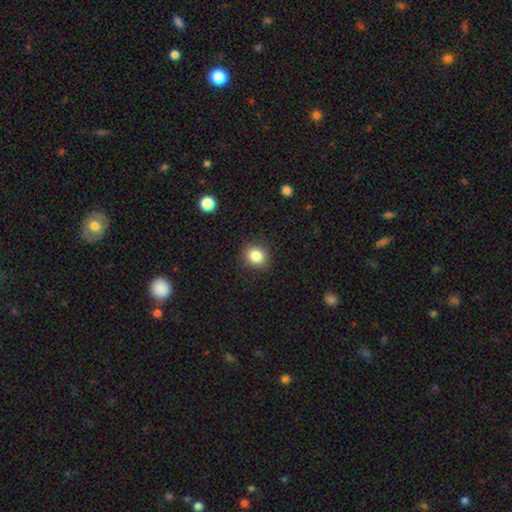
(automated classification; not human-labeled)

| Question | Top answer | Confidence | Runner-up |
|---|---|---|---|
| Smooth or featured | smooth | 85% | star or artifact (10%) |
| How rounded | round | 70% | in between (29%) |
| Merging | none | 87% | minor disturbance (9%) |